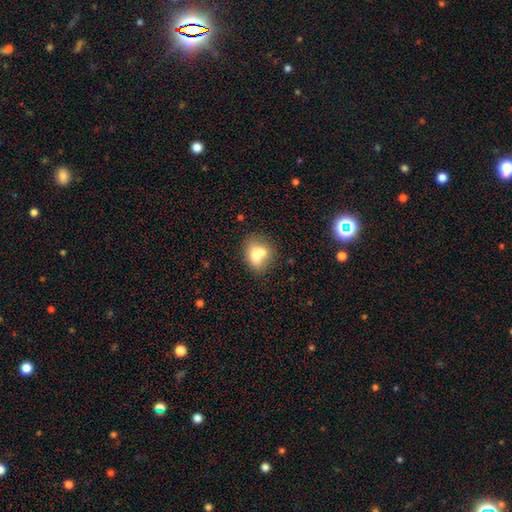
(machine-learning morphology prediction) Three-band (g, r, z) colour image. It shows a smooth galaxy with no disk features (66%) that is in between round and cigar-shaped (51%). Merging: merger (52%).